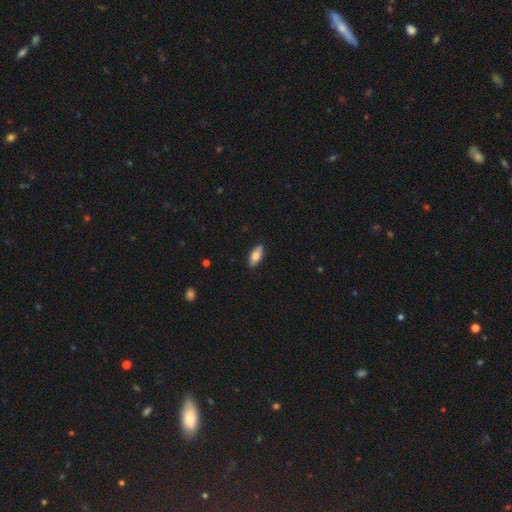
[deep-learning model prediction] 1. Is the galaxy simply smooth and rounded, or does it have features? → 74% smooth, 20% featured or disk, 6% star or artifact.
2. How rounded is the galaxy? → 81% in between, 16% cigar-shaped, 2% round.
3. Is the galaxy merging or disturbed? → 88% none, 9% minor disturbance, 2% major disturbance, 1% merger.